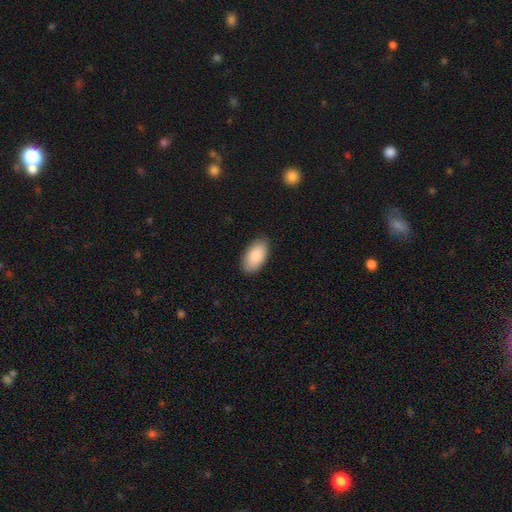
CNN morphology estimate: smooth-or-featured: smooth: 88% | featured or disk: 6% | star or artifact: 6%
  how-rounded: in between: 96% | round: 2% | cigar-shaped: 2%
  merging: none: 86% | minor disturbance: 11% | major disturbance: 2% | merger: 1%